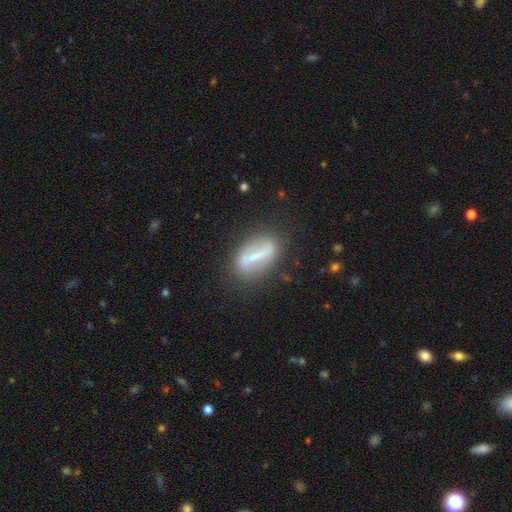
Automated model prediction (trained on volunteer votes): Smooth or featured: featured or disk — 64% (smooth — 27%)
Edge-on disk: no — 75% (yes — 25%)
Merging: none — 79% (minor disturbance — 13%)